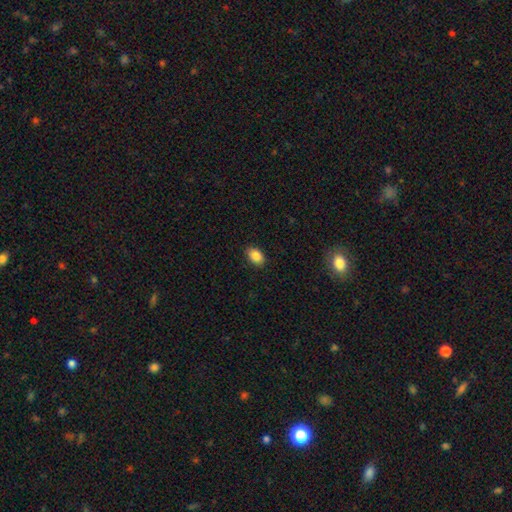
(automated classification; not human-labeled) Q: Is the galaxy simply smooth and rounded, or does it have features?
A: smooth — 86%.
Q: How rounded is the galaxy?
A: in between — 82%.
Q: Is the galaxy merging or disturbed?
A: none — 87%.